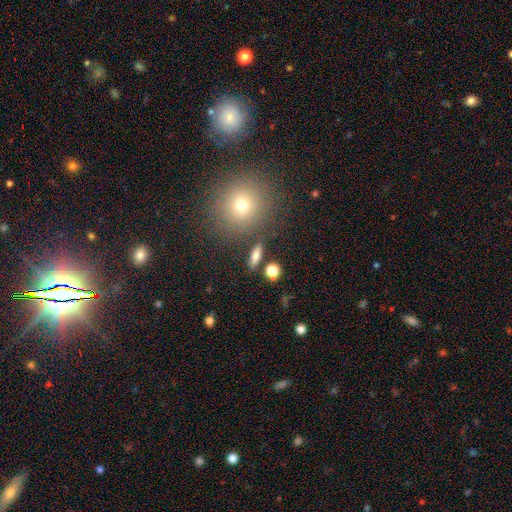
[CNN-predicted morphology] A smooth galaxy with no disk features (76%) that is in between round and cigar-shaped (44%).

Vote fractions:
- Smooth or featured? smooth: 76% / featured or disk: 13% / star or artifact: 11%
- How rounded? in between: 44% / cigar-shaped: 38% / round: 17%
- Merging? none: 83% / minor disturbance: 8% / merger: 5% / major disturbance: 3%